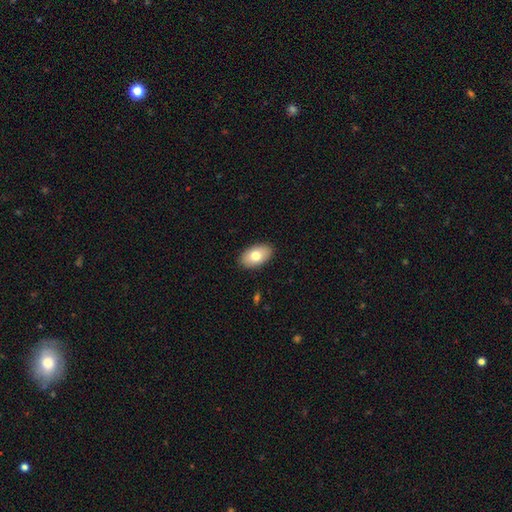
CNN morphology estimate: type=smooth (76%); roundness=in between (93%); merging=none (89%).